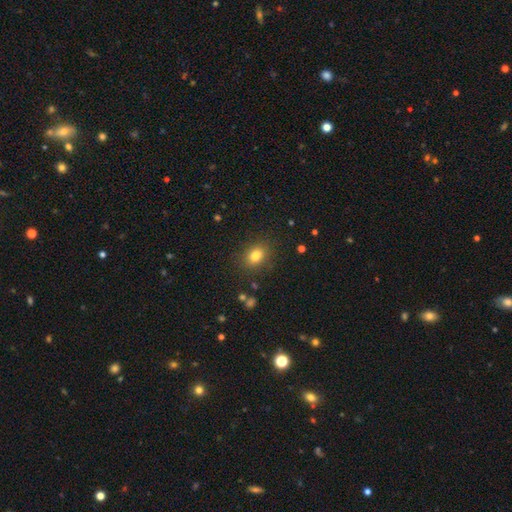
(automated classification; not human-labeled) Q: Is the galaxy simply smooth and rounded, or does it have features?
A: smooth — 81%.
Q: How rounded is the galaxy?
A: in between — 62%.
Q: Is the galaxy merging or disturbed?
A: none — 85%.